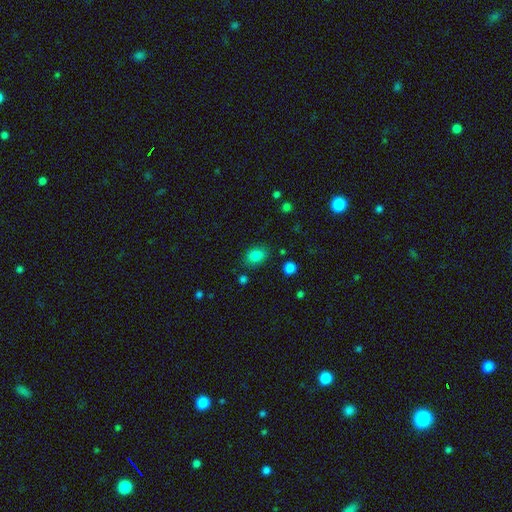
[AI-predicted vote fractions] Q: Smooth or featured?
A: smooth (84%); runner-up: star or artifact (11%)
Q: How rounded?
A: in between (73%); runner-up: round (26%)
Q: Merging?
A: none (80%); runner-up: minor disturbance (14%)